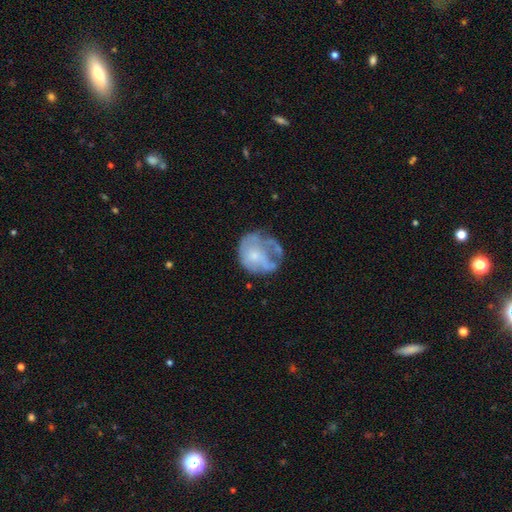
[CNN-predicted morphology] Overall: featured or disk (51%; smooth 40%). Edge-on disk: no (98%). Merging: none (39%; major disturbance 30%).